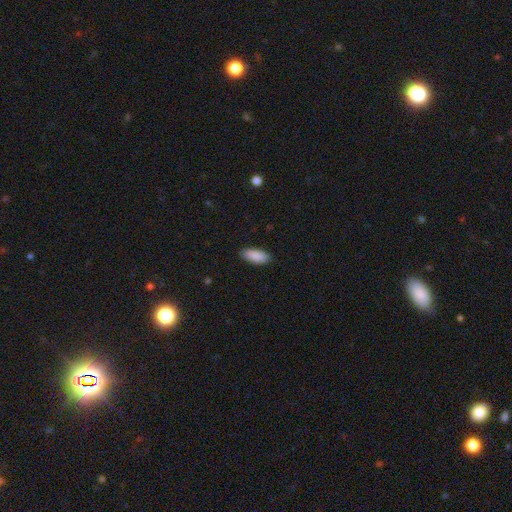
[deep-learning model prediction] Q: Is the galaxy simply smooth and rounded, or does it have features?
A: smooth — 90%.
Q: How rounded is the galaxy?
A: in between — 84%.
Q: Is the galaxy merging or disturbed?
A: none — 88%.